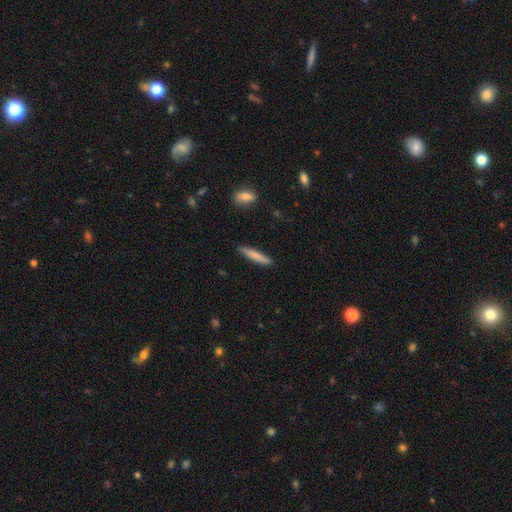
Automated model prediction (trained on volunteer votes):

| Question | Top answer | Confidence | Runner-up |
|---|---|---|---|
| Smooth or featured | smooth | 76% | featured or disk (18%) |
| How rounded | cigar-shaped | 91% | in between (8%) |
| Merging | none | 87% | minor disturbance (10%) |